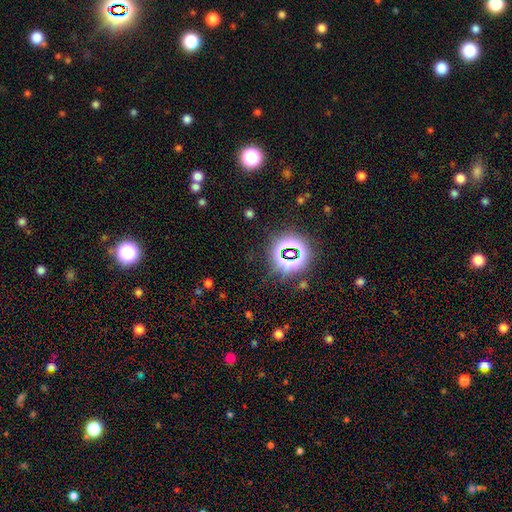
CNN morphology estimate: Smooth or featured?
  - star or artifact: 75% *
  - smooth: 17%
  - featured or disk: 8%